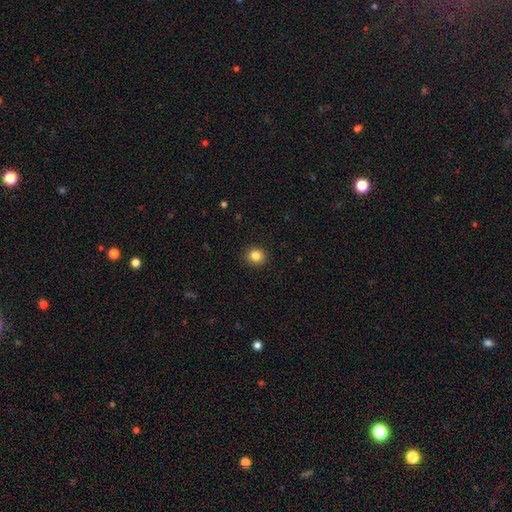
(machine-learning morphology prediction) Smooth or featured? Predicted: smooth (p=0.85). How rounded? Predicted: round (p=0.87). Merging? Predicted: none (p=0.92).